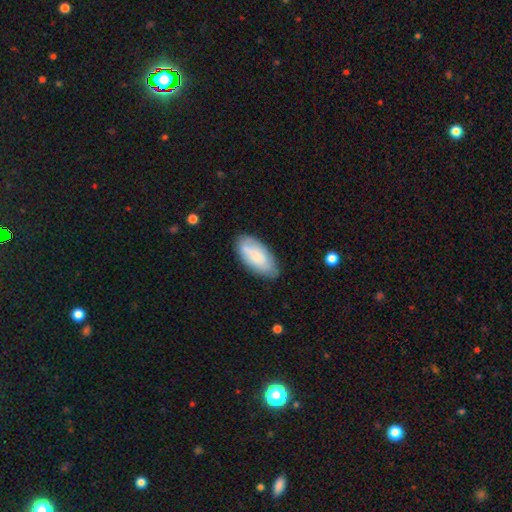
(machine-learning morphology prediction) smooth 75%, featured or disk 19%, star or artifact 6%. Down the decision tree: how rounded — in between (92%); merging — none (76%).